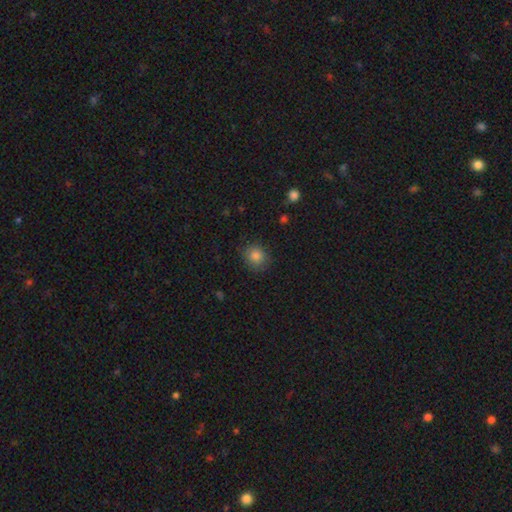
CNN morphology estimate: Smooth or featured? smooth (84%)
How rounded? round (72%)
Merging? none (82%)